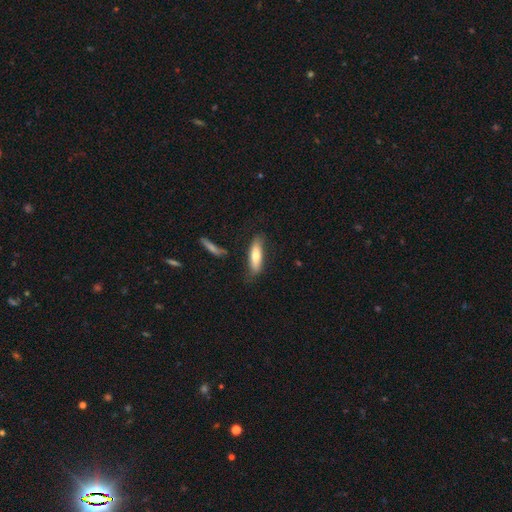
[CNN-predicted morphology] type=smooth (68%); roundness=cigar-shaped (59%); merging=none (76%).